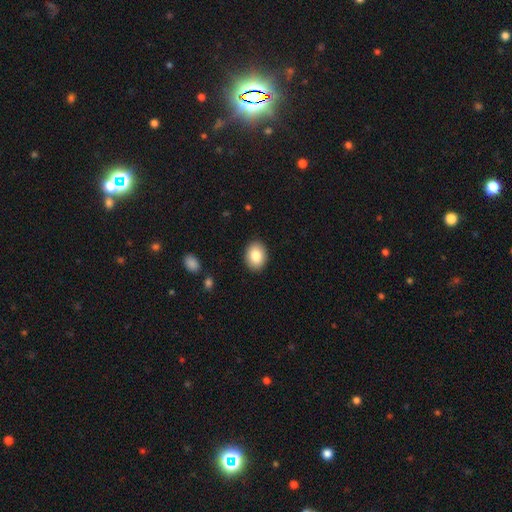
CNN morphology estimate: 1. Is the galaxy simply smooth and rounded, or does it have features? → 84% smooth, 9% featured or disk, 7% star or artifact.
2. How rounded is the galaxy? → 69% in between, 30% round, 1% cigar-shaped.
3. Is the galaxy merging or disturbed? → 90% none, 7% minor disturbance, 2% major disturbance, 1% merger.